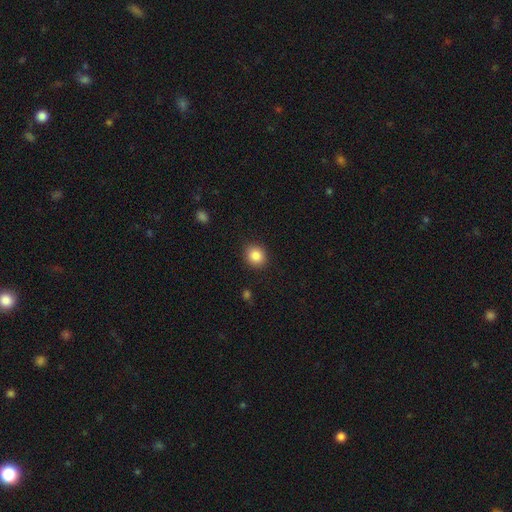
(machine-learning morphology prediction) Smooth or featured? smooth (86%)
How rounded? round (77%)
Merging? none (89%)